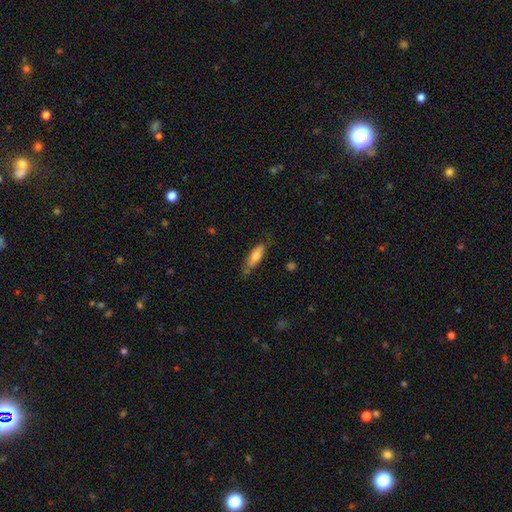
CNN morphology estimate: Q: Smooth or featured?
A: smooth (71%); runner-up: featured or disk (22%)
Q: How rounded?
A: in between (51%); runner-up: cigar-shaped (47%)
Q: Merging?
A: none (68%); runner-up: minor disturbance (25%)